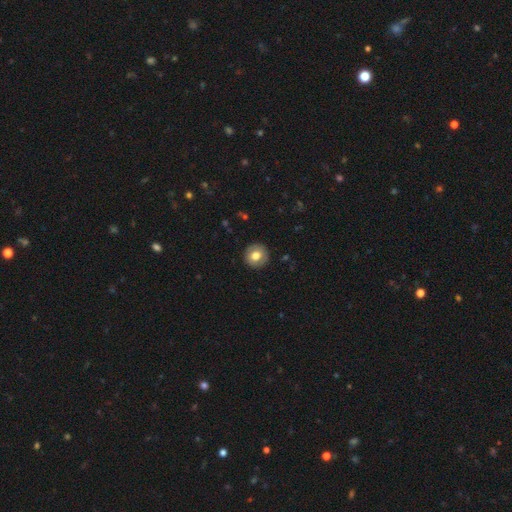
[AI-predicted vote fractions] The model was most divided on "smooth or featured": smooth: 74%, featured or disk: 18%, star or artifact: 8%. More confident: how rounded — round (93%); merging — none (90%).